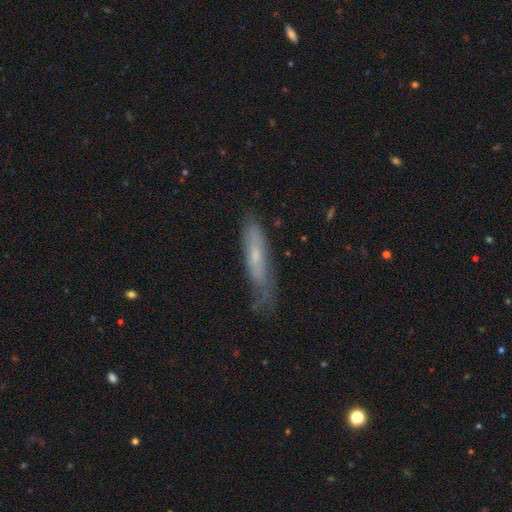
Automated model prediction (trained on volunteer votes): smooth 47%, featured or disk 45%, star or artifact 8%. Down the decision tree: merging — none (56%).